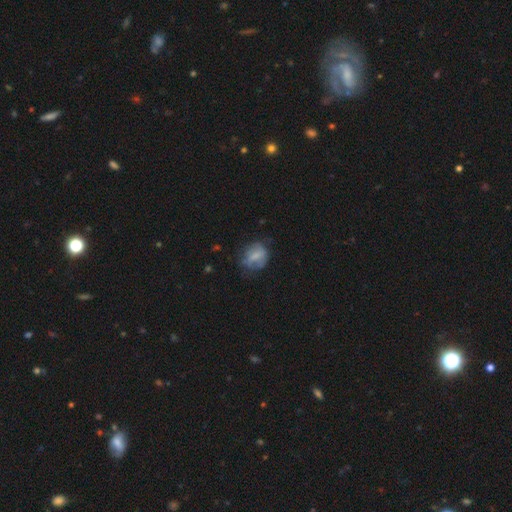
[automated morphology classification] The model was most divided on "how rounded": round: 54%, in between: 45%, cigar-shaped: 2%. More confident: smooth or featured — smooth (60%); merging — none (53%).